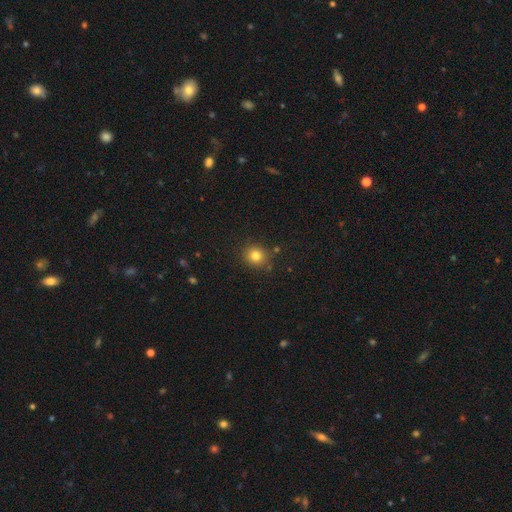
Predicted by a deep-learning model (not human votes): Morphology: type=smooth (80%); roundness=round (87%); merging=none (86%).